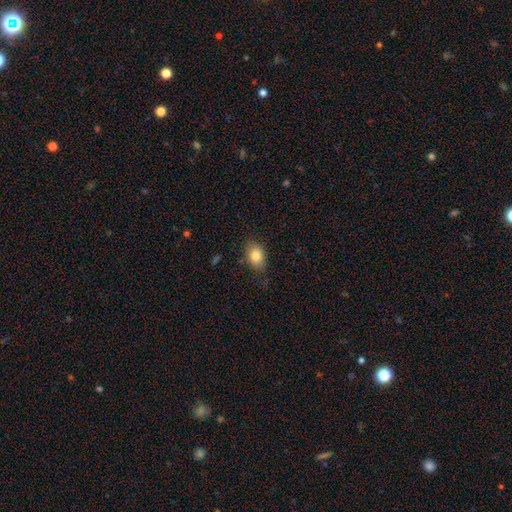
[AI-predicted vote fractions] Morphology: type=smooth (82%); roundness=in between (80%); merging=none (76%).